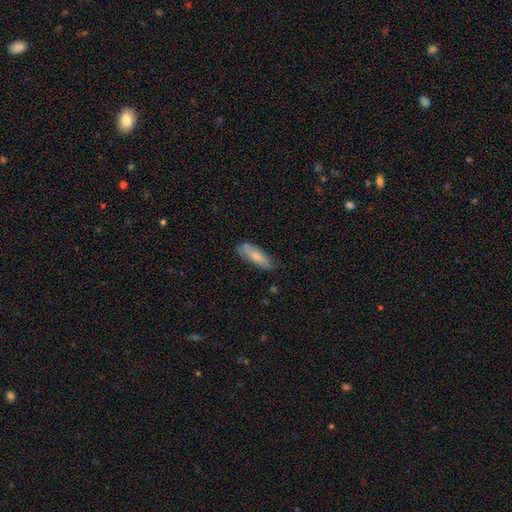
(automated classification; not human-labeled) Smooth or featured? Predicted: smooth (p=0.72). How rounded? Predicted: cigar-shaped (p=0.51). Merging? Predicted: none (p=0.72).